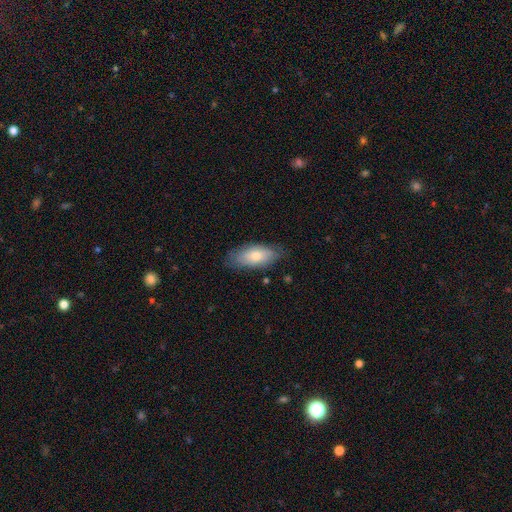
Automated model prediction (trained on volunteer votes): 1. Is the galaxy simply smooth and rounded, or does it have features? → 68% smooth, 26% featured or disk, 6% star or artifact.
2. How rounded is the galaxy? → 87% in between, 10% cigar-shaped, 3% round.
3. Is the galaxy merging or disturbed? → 73% none, 21% minor disturbance, 4% major disturbance, 1% merger.